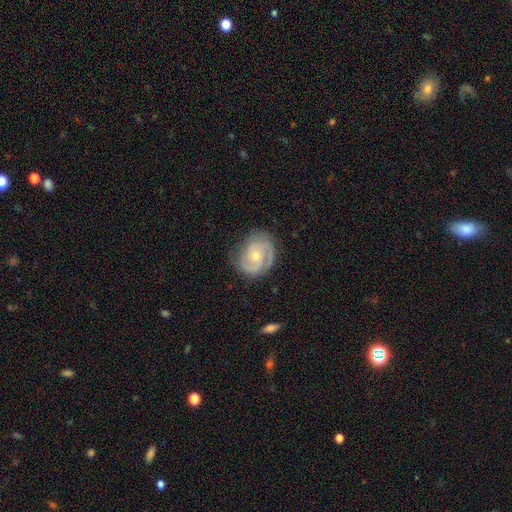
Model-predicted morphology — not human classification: Overall: featured or disk (82%). Edge-on disk: no (97%). Bar: no (63%; weak 30%). Spiral arms: yes (94%). Spiral arm count: 2 (60%). Spiral winding: tight (56%; medium 35%). Bulge size: small (51%; moderate 46%). Merging: none (72%).